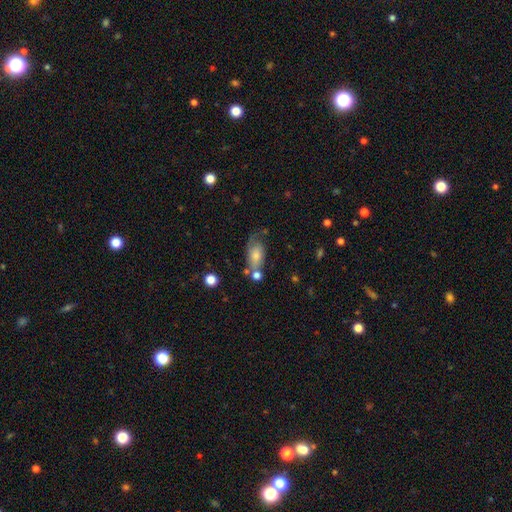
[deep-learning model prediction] Q: Smooth or featured?
A: smooth (60%); runner-up: featured or disk (31%)
Q: How rounded?
A: in between (87%); runner-up: round (7%)
Q: Merging?
A: none (43%); runner-up: minor disturbance (26%)